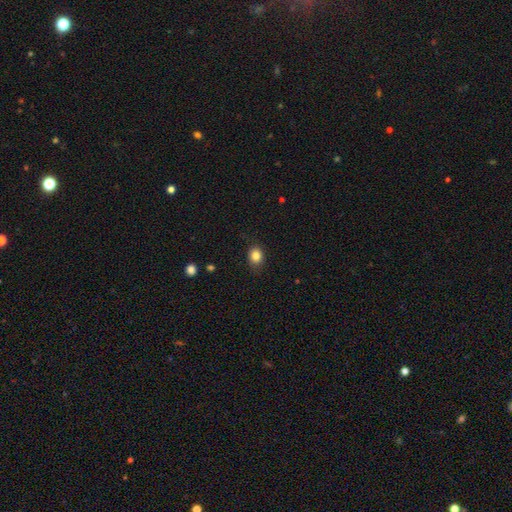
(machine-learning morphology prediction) smooth_or_featured: smooth (p=0.84) [alt: star or artifact p=0.10]
how_rounded: round (p=0.50) [alt: in between p=0.49]
merging: none (p=0.82) [alt: minor disturbance p=0.14]